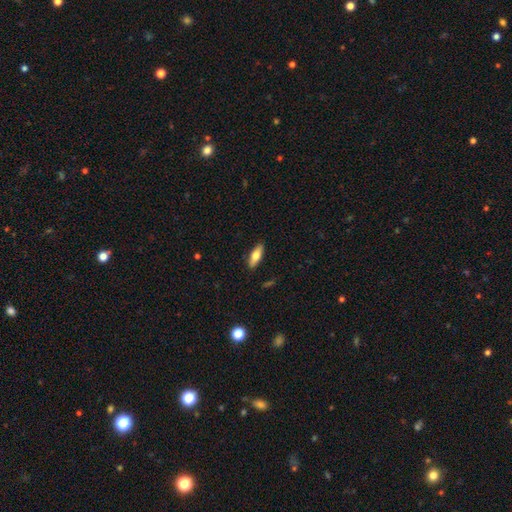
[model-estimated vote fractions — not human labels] A smooth galaxy with no disk features (70%) that is in between round and cigar-shaped (64%).

Vote fractions:
- Smooth or featured? smooth: 70% / featured or disk: 24% / star or artifact: 6%
- How rounded? in between: 64% / cigar-shaped: 33% / round: 2%
- Merging? none: 88% / minor disturbance: 9% / major disturbance: 2% / merger: 1%